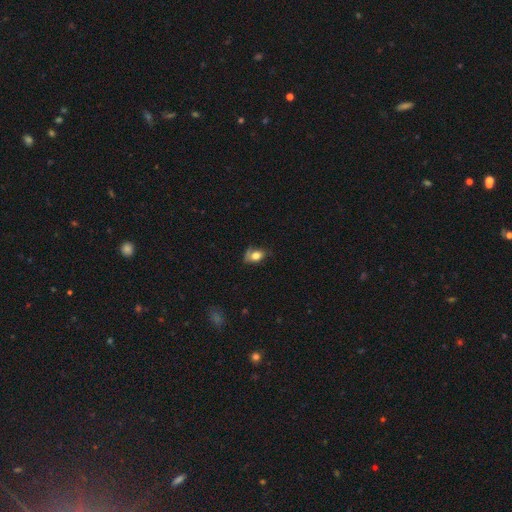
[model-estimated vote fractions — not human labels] smooth_or_featured: smooth (p=0.73) [alt: featured or disk p=0.18]
how_rounded: in between (p=0.80) [alt: round p=0.18]
merging: none (p=0.44) [alt: minor disturbance p=0.36]